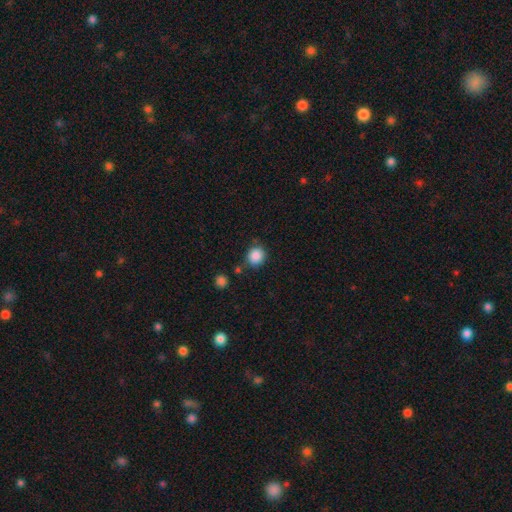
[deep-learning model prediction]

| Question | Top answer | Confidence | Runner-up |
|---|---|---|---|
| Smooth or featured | smooth | 87% | star or artifact (10%) |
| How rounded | round | 89% | in between (11%) |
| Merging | none | 77% | minor disturbance (13%) |